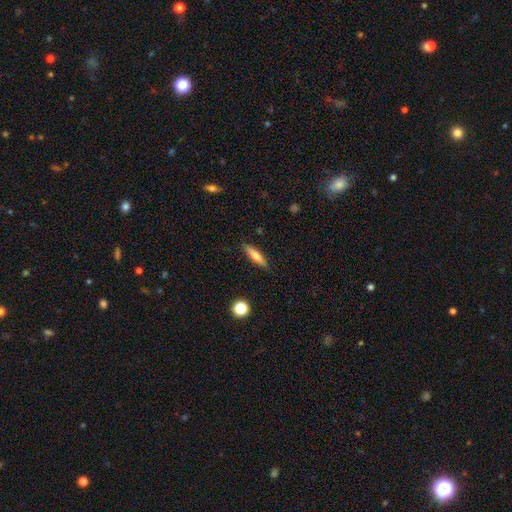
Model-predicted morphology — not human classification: smooth_or_featured: smooth (p=0.67) [alt: featured or disk p=0.26]
how_rounded: cigar-shaped (p=0.77) [alt: in between p=0.21]
merging: none (p=0.87) [alt: minor disturbance p=0.09]